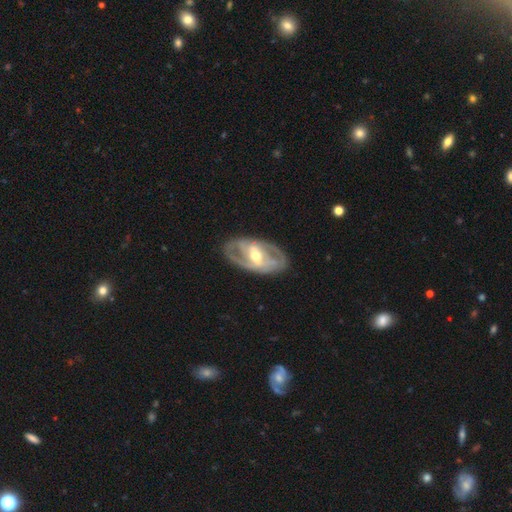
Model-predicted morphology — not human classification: This appears to be a featured or disk galaxy (82%) with a strong bar (47%), 2 (64%) tight (44%) spiral arms (78%) and a moderate central bulge (67%). Merging: none (79%).